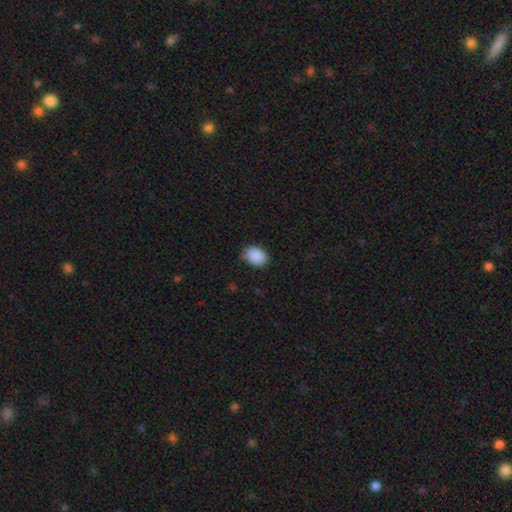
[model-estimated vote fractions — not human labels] Smooth or featured? smooth (90%)
How rounded? in between (73%)
Merging? none (77%)